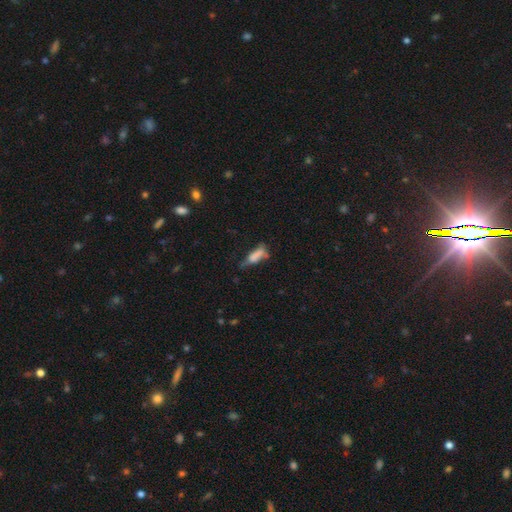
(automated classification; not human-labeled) This is likely a smooth galaxy (70%). How rounded: possibly in between (58%). Merging: marginally none (34%).